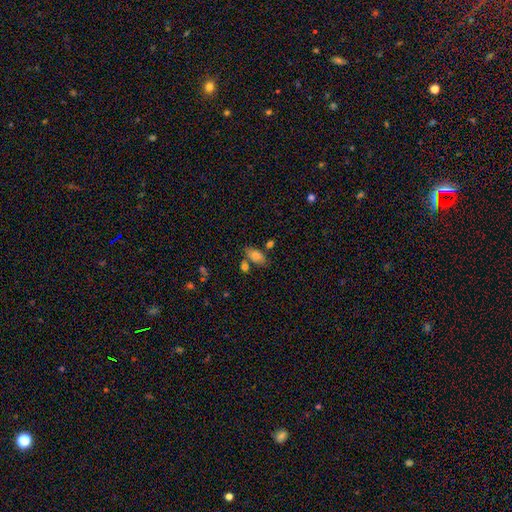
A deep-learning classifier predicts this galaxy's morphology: The model was most divided on "merging": none: 62%, minor disturbance: 17%, merger: 16%, major disturbance: 5%. More confident: how rounded — in between (89%); smooth or featured — smooth (77%).